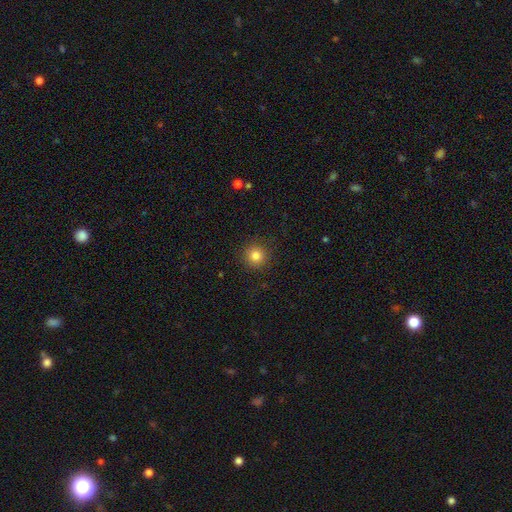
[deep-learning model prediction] smooth 83%, star or artifact 12%, featured or disk 5%. Down the decision tree: how rounded — round (94%); merging — none (91%).